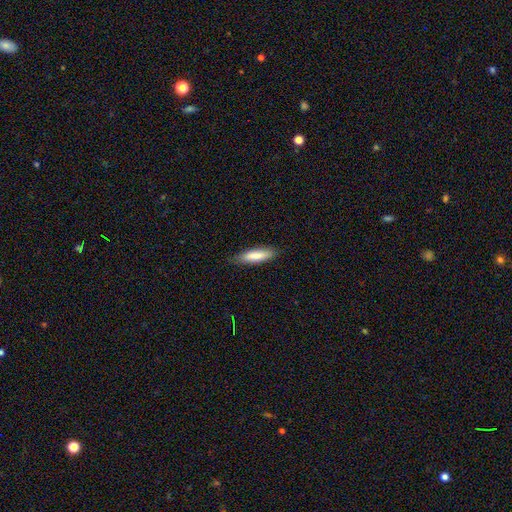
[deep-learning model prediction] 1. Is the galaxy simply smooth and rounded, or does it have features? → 81% smooth, 13% featured or disk, 6% star or artifact.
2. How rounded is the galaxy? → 70% cigar-shaped, 29% in between, 1% round.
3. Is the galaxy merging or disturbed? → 80% none, 16% minor disturbance, 3% major disturbance, 1% merger.